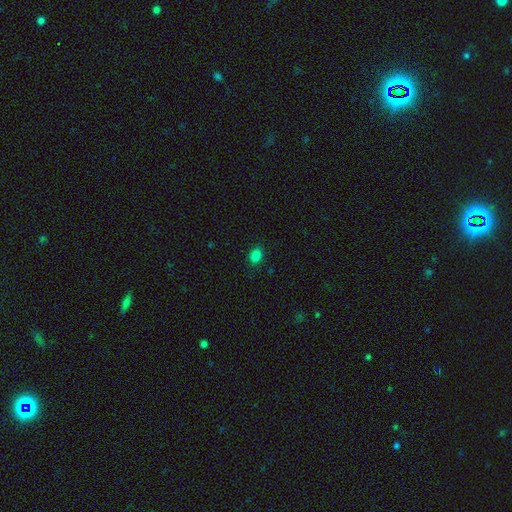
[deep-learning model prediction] Smooth or featured? smooth (82%)
How rounded? in between (64%)
Merging? none (86%)